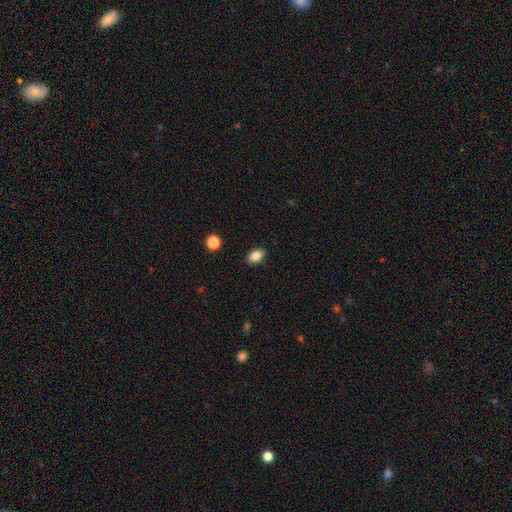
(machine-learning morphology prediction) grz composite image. It shows a smooth galaxy with no disk features (85%) that is in between round and cigar-shaped (86%). Merging: none (88%).